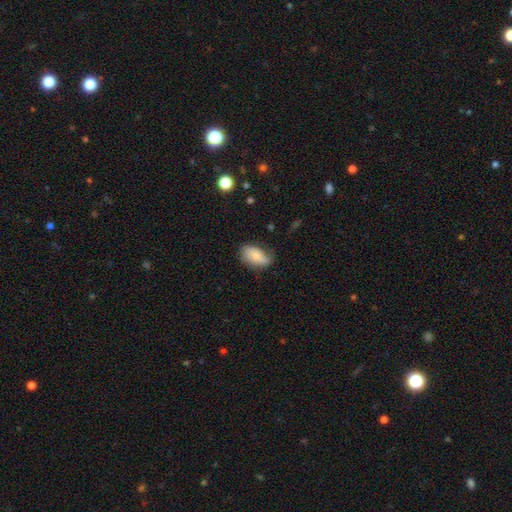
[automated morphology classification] This appears to be a smooth galaxy with no disk features (68%) that is in between round and cigar-shaped (92%). Merging: none (56%).